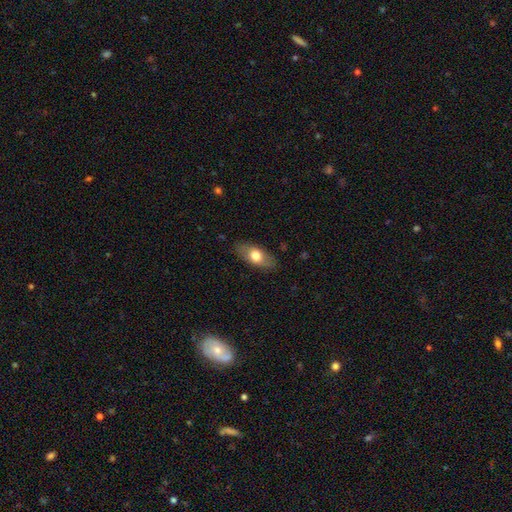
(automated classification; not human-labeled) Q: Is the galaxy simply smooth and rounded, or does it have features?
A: smooth — 69%.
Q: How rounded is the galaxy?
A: in between — 86%.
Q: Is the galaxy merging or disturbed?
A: none — 83%.